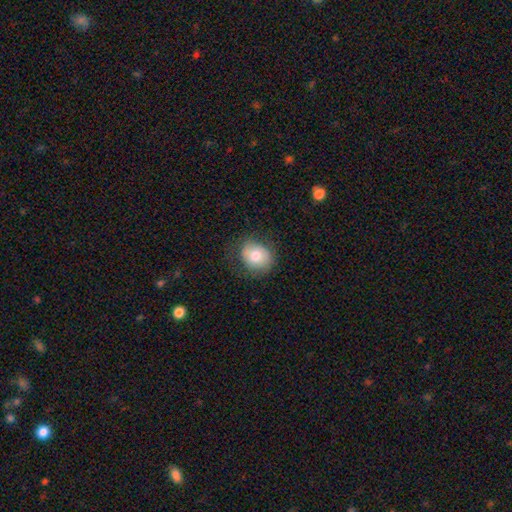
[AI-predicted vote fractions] smooth 75%, featured or disk 17%, star or artifact 8%. Down the decision tree: how rounded — round (61%); merging — none (72%).